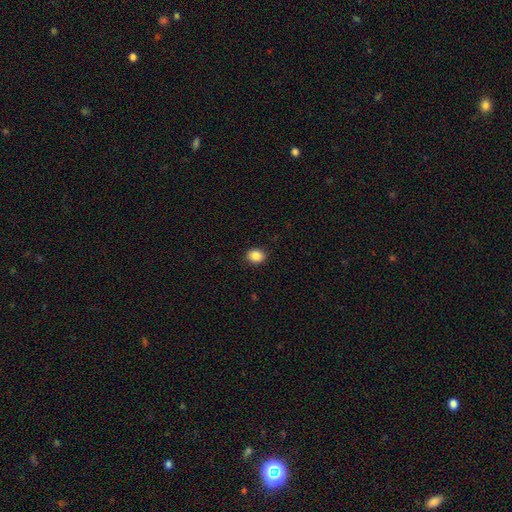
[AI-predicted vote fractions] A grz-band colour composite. It shows a smooth galaxy with no disk features (88%) that is round (50%). Merging: none (90%).